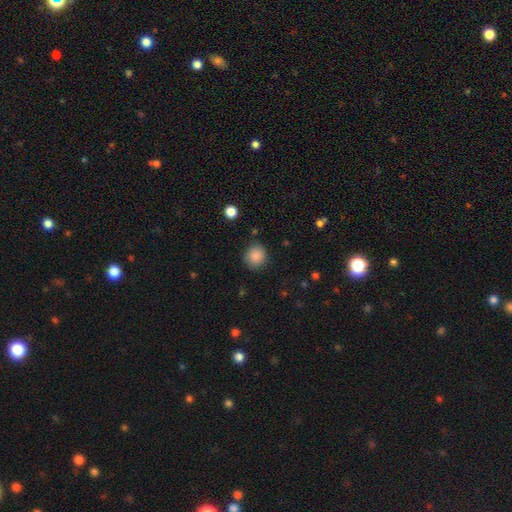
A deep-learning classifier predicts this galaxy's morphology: A smooth galaxy with no disk features (87%) that is round (79%).

Vote fractions:
- Smooth or featured? smooth: 87% / star or artifact: 9% / featured or disk: 4%
- How rounded? round: 79% / in between: 20% / cigar-shaped: 1%
- Merging? none: 83% / minor disturbance: 12% / major disturbance: 3% / merger: 2%